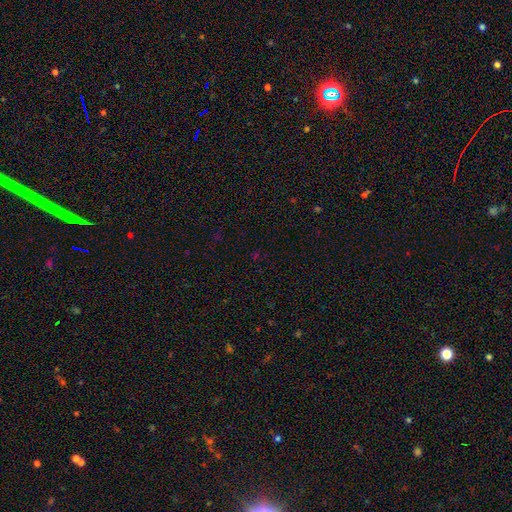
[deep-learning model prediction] Smooth or featured?
  - star or artifact: 67% *
  - smooth: 26%
  - featured or disk: 8%